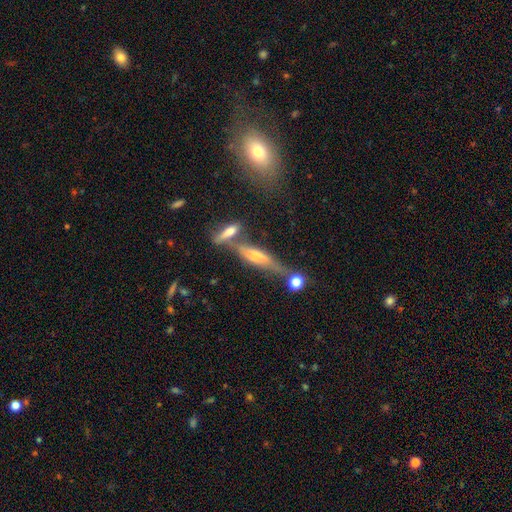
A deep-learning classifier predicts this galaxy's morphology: A featured or disk galaxy (57%) viewed edge-on (84%). Merging: none (51%).